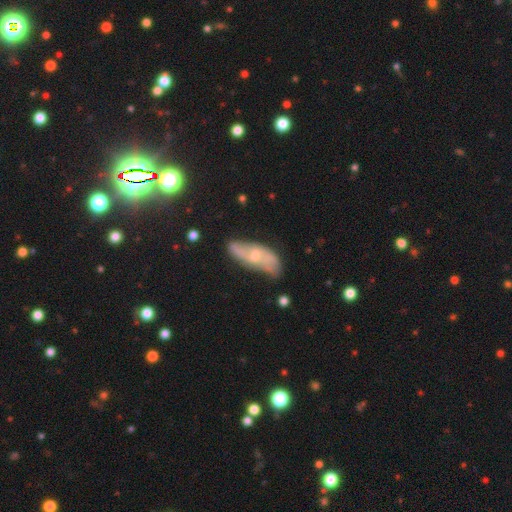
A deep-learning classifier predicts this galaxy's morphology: The model was most divided on "smooth or featured": featured or disk: 60%, smooth: 32%, star or artifact: 8%. More confident: edge-on disk — no (82%); merging — none (61%).